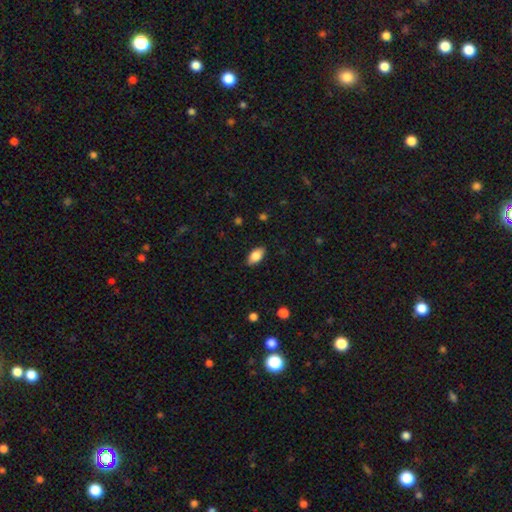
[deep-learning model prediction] smooth-or-featured: smooth: 82% | featured or disk: 11% | star or artifact: 7%
  how-rounded: in between: 91% | cigar-shaped: 5% | round: 4%
  merging: none: 87% | minor disturbance: 10% | major disturbance: 2% | merger: 1%